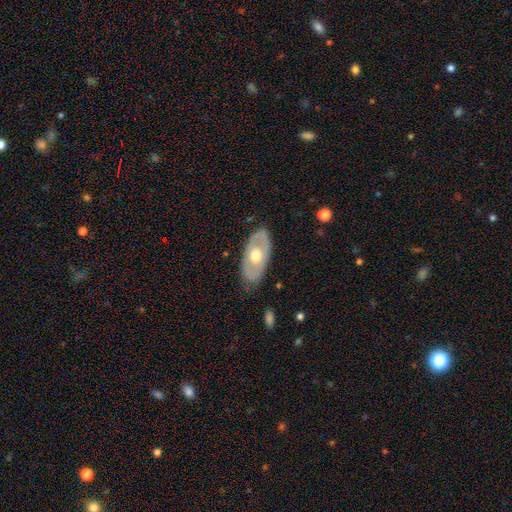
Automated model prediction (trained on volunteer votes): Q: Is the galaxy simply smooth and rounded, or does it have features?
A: featured or disk — 53%.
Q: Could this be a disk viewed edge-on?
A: no — 83%.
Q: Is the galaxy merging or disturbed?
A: none — 79%.